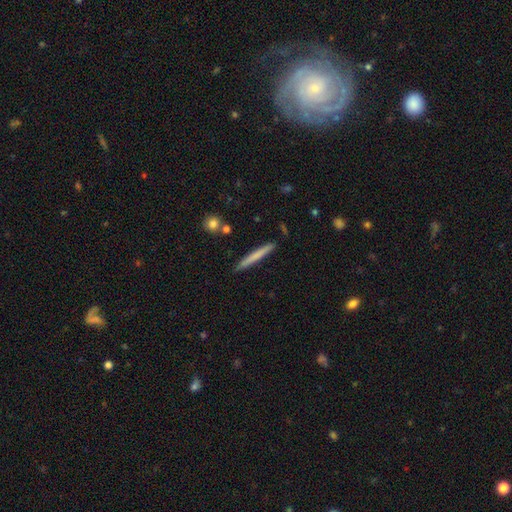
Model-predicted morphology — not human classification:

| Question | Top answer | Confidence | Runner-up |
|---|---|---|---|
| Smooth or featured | smooth | 66% | featured or disk (28%) |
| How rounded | cigar-shaped | 97% | in between (2%) |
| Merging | none | 89% | minor disturbance (7%) |